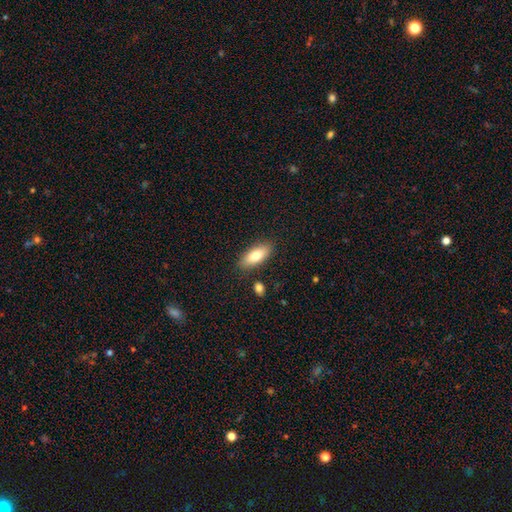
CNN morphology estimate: type=smooth (79%); roundness=in between (82%); merging=none (84%).